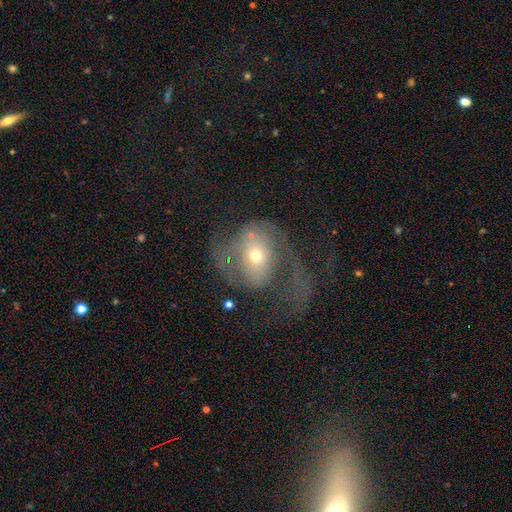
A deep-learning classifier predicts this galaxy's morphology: Q: Smooth or featured?
A: featured or disk (65%); runner-up: smooth (26%)
Q: Edge-on disk?
A: no (96%); runner-up: yes (4%)
Q: Bar?
A: no (68%); runner-up: weak (23%)
Q: Spiral arms?
A: yes (69%); runner-up: no (31%)
Q: Bulge size?
A: small (49%); runner-up: moderate (44%)
Q: Merging?
A: major disturbance (55%); runner-up: none (26%)